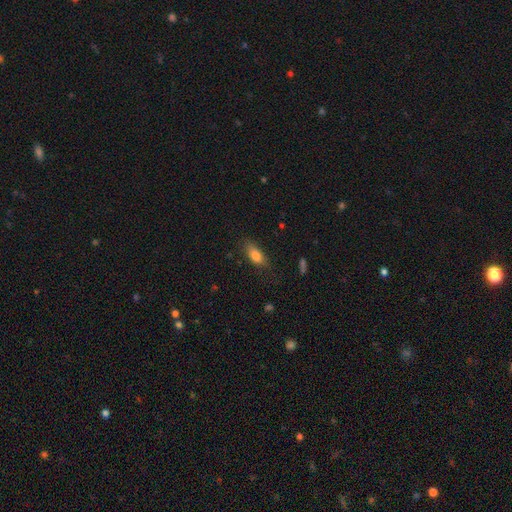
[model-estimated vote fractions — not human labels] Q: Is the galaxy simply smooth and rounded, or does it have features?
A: smooth — 80%.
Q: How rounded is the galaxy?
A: in between — 79%.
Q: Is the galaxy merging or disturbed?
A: none — 69%.